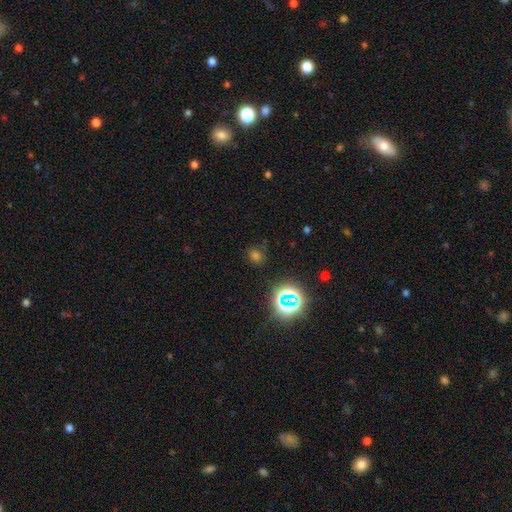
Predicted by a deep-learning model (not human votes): smooth-or-featured: smooth: 57% | star or artifact: 37% | featured or disk: 6%
  how-rounded: round: 68% | in between: 30% | cigar-shaped: 1%
  merging: none: 80% | minor disturbance: 12% | major disturbance: 5% | merger: 3%